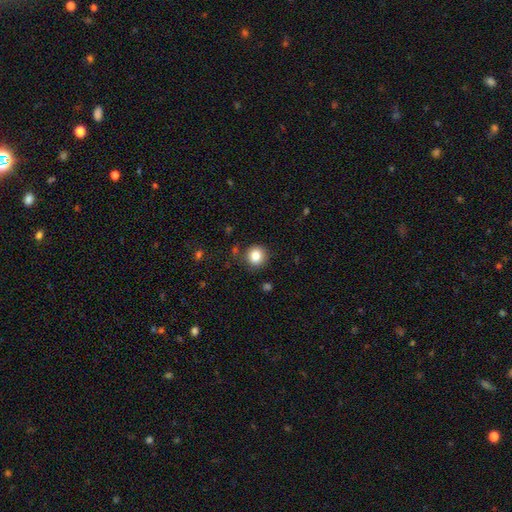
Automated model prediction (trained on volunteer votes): A smooth galaxy with no disk features (84%) that is round (90%). Merging: none (87%).